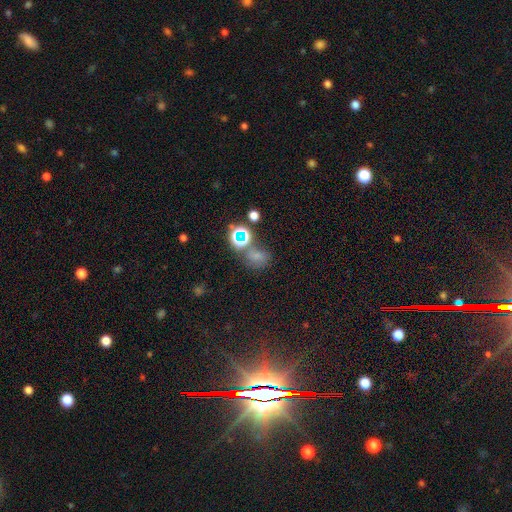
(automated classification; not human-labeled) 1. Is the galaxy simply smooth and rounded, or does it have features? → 53% smooth, 35% star or artifact, 12% featured or disk.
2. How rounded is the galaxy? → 57% round, 41% in between, 1% cigar-shaped.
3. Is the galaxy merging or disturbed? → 50% none, 22% merger, 17% minor disturbance, 11% major disturbance.